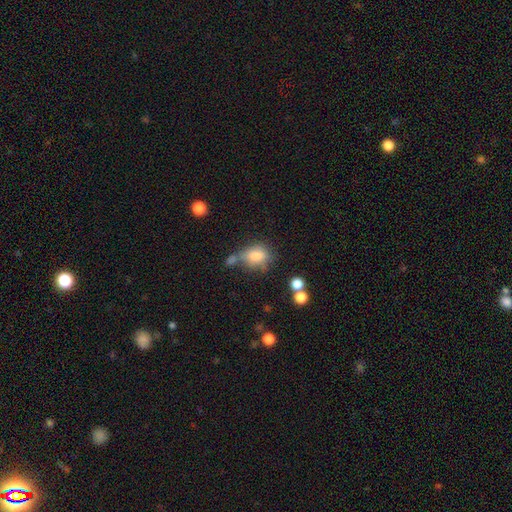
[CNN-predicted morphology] Smooth or featured? smooth (78%)
How rounded? in between (64%)
Merging? none (42%)